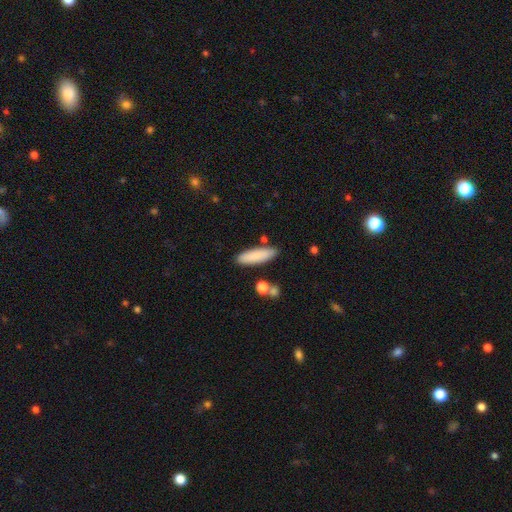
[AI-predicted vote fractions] Smooth or featured? Predicted: smooth (p=0.84). How rounded? Predicted: cigar-shaped (p=0.58). Merging? Predicted: none (p=0.82).